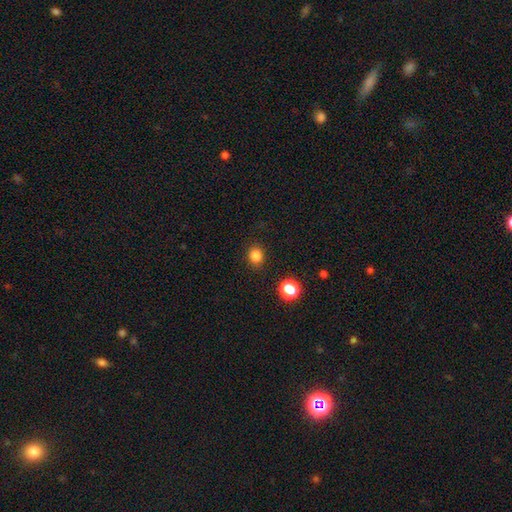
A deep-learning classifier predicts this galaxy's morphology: This is clearly a smooth galaxy (82%). How rounded: likely round (78%). Merging: clearly none (89%).